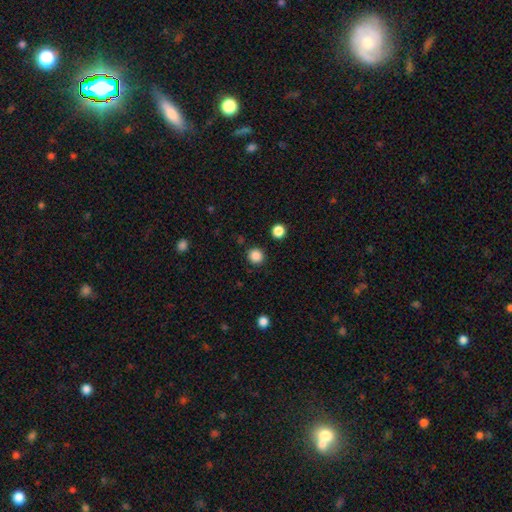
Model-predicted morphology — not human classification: smooth 86%, star or artifact 12%, featured or disk 3%. Down the decision tree: how rounded — round (94%); merging — none (91%).